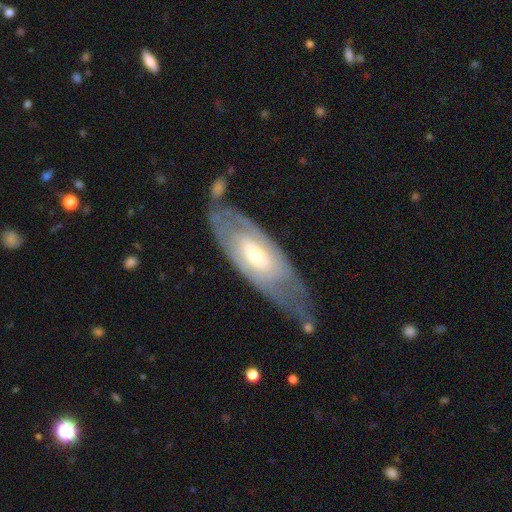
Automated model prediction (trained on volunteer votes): A featured or disk galaxy (69%) with no bar (59%), spiral arms (69%) and a moderate central bulge (52%).

Vote fractions:
- Smooth or featured? featured or disk: 69% / smooth: 26% / star or artifact: 5%
- Edge-on disk? no: 83% / yes: 17%
- Bar? no: 59% / weak: 30% / strong: 11%
- Spiral arms? yes: 69% / no: 31%
- Bulge size? moderate: 52% / small: 38% / large: 8% / none: 1% / dominant: 1%
- Merging? none: 57% / minor disturbance: 23% / major disturbance: 14% / merger: 6%